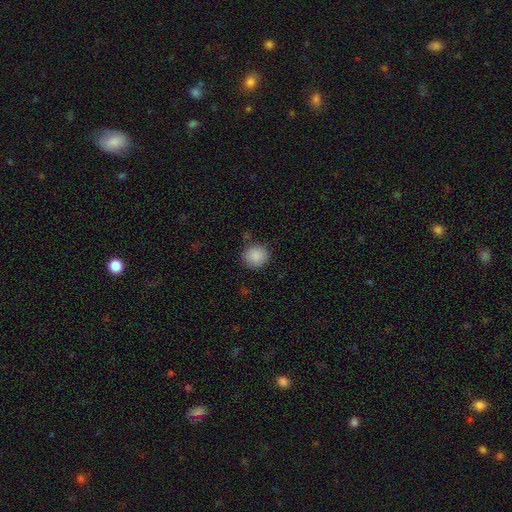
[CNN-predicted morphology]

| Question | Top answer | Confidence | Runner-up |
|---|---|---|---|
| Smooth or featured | smooth | 89% | star or artifact (9%) |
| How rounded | round | 89% | in between (10%) |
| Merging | none | 85% | minor disturbance (10%) |